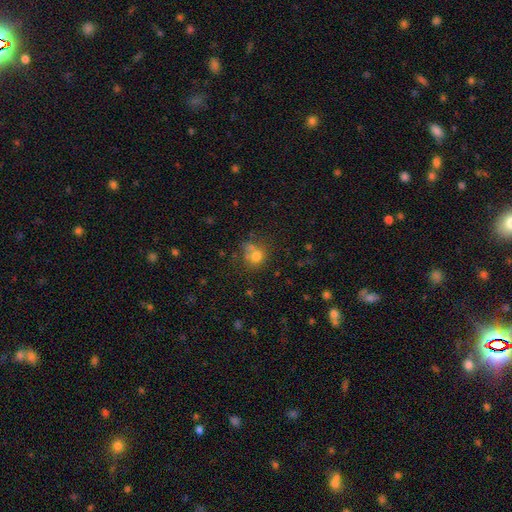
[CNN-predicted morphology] This is likely a smooth galaxy (73%). How rounded: likely round (76%). Merging: possibly none (45%).